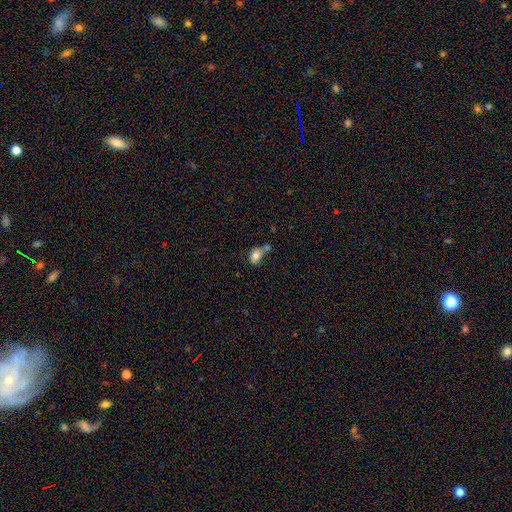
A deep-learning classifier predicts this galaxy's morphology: Smooth or featured? smooth (78%)
How rounded? in between (84%)
Merging? merger (40%)